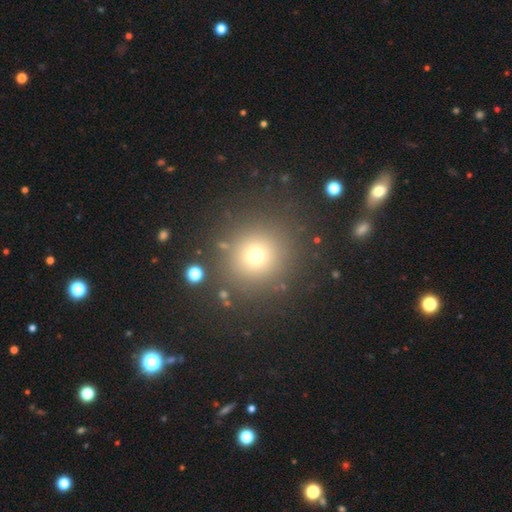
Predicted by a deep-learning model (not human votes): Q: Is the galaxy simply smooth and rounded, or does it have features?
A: smooth — 70%.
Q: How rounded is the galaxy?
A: round — 93%.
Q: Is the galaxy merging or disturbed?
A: none — 86%.